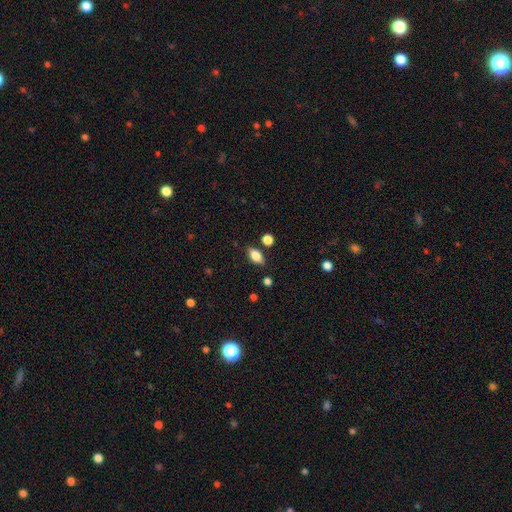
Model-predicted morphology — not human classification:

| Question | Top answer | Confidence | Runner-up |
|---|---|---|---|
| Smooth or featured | smooth | 82% | featured or disk (10%) |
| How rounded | in between | 87% | round (7%) |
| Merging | none | 80% | minor disturbance (13%) |